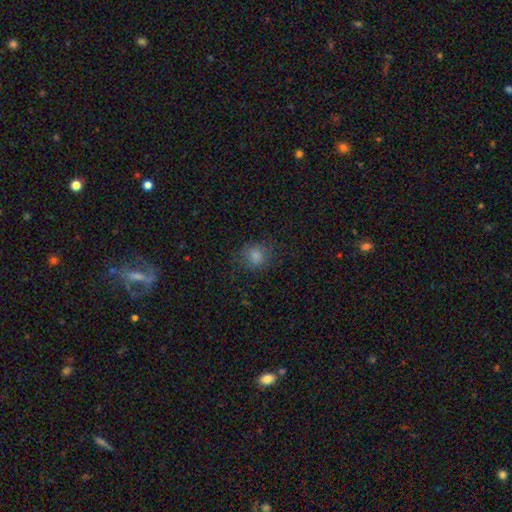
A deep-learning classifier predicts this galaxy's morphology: This appears to be a smooth galaxy with no disk features (75%) that is round (81%). Merging: none (81%).